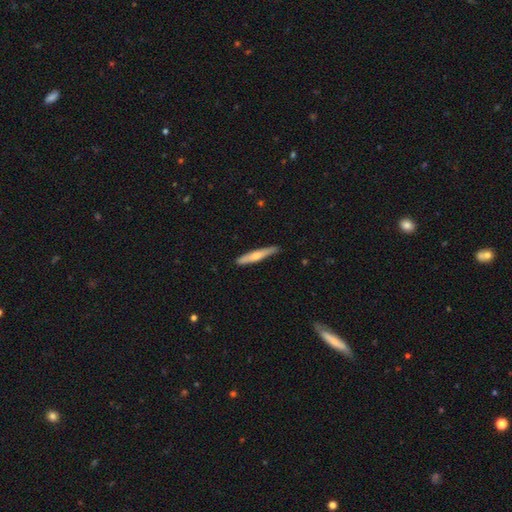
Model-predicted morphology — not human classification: Smooth or featured? smooth (49%)
Merging? none (87%)